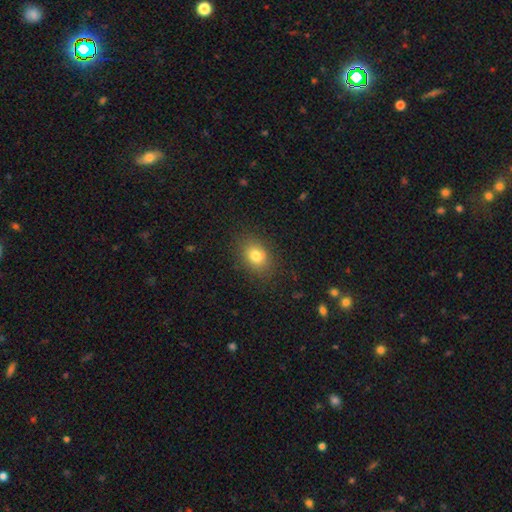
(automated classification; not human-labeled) Morphology: type=smooth (80%); roundness=in between (61%); merging=none (84%).